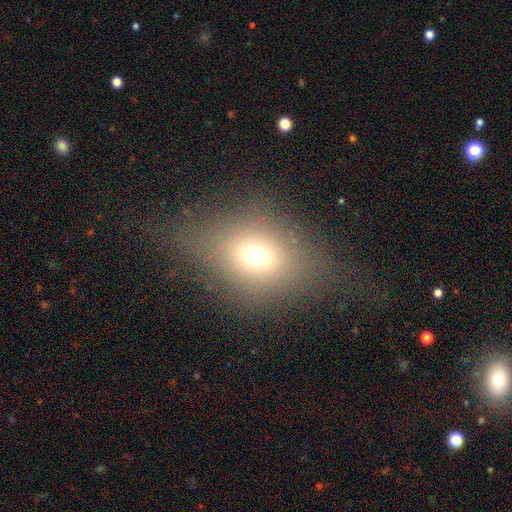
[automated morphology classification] Smooth or featured? Predicted: smooth (p=0.65). How rounded? Predicted: in between (p=0.56). Merging? Predicted: none (p=0.66).